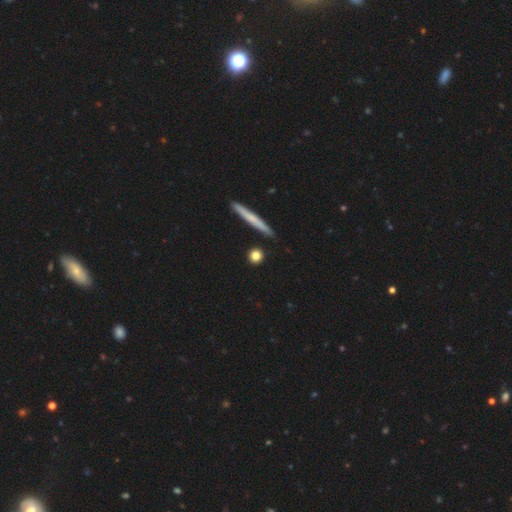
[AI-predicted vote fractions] smooth 81%, featured or disk 11%, star or artifact 8%. Down the decision tree: how rounded — round (75%); merging — none (87%).